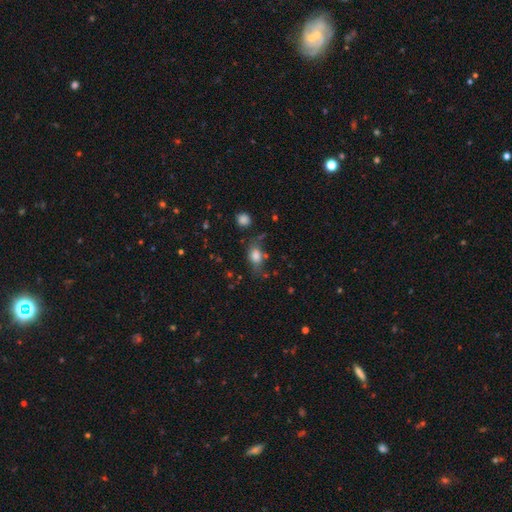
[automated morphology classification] type=smooth (78%); roundness=in between (77%); merging=none (57%).